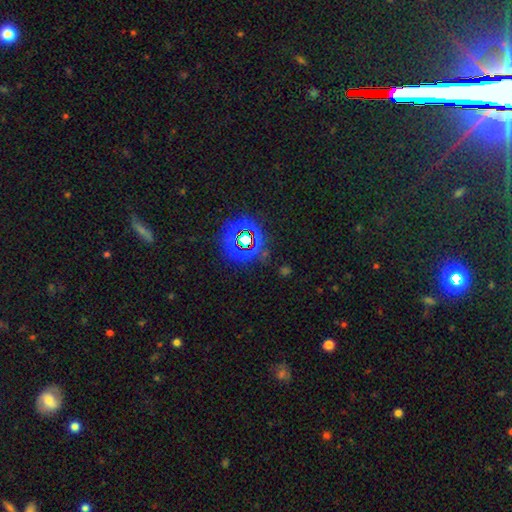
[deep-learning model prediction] The model was most divided on "smooth or featured": star or artifact: 48%, smooth: 28%, featured or disk: 24%.